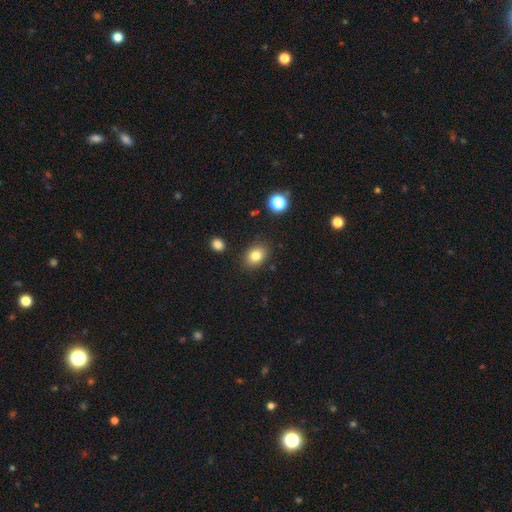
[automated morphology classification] The model was most divided on "how rounded": in between: 62%, round: 37%, cigar-shaped: 1%. More confident: merging — none (86%); smooth or featured — smooth (82%).